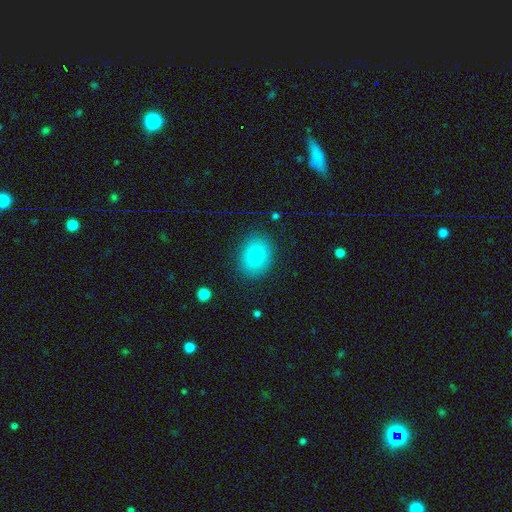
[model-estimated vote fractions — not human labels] Smooth or featured: smooth — 79% (featured or disk — 12%)
How rounded: in between — 56% (round — 43%)
Merging: none — 86% (minor disturbance — 10%)